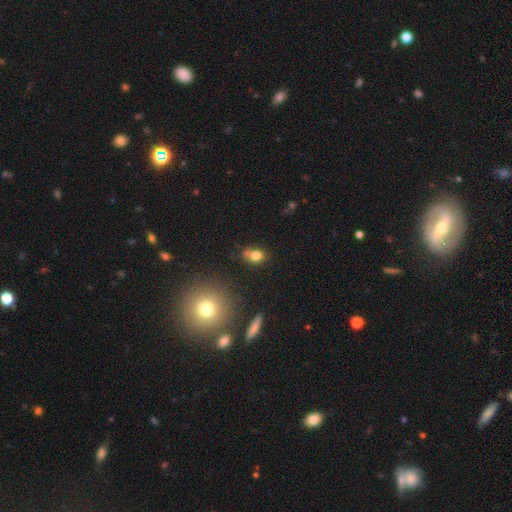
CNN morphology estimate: smooth-or-featured: smooth: 75% | star or artifact: 14% | featured or disk: 11%
  how-rounded: in between: 51% | round: 48% | cigar-shaped: 2%
  merging: none: 53% | merger: 22% | minor disturbance: 19% | major disturbance: 6%